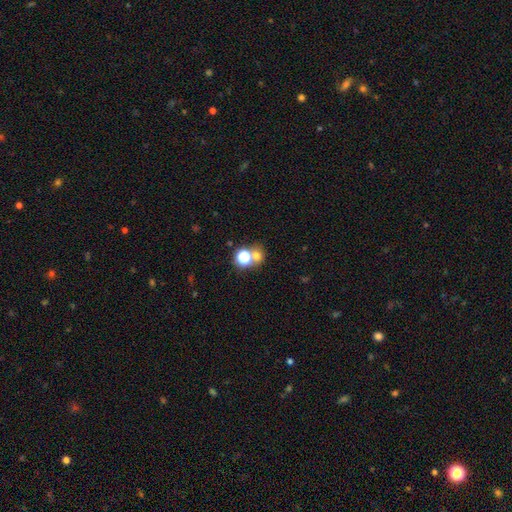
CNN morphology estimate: Smooth or featured? smooth (63%)
How rounded? round (78%)
Merging? none (51%)